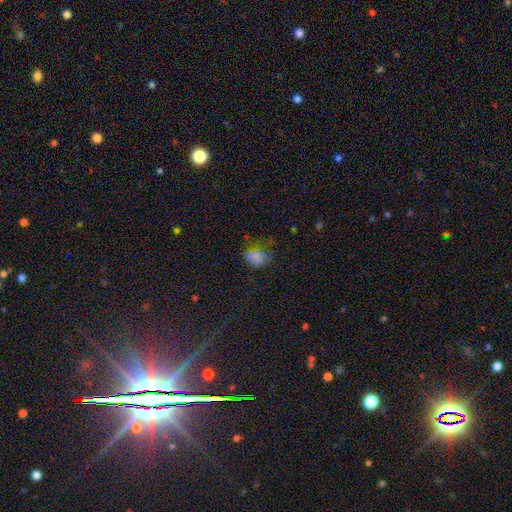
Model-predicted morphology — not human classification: smooth 74%, star or artifact 17%, featured or disk 9%. Down the decision tree: how rounded — in between (58%); merging — none (56%).